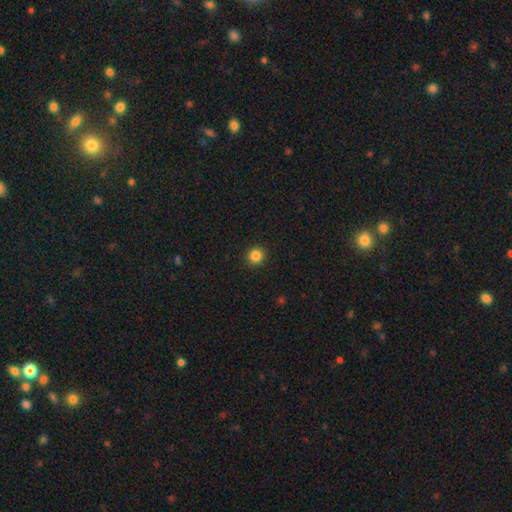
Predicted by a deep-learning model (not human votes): A smooth galaxy with no disk features (85%) that is round (94%).

Vote fractions:
- Smooth or featured? smooth: 85% / star or artifact: 12% / featured or disk: 4%
- How rounded? round: 94% / in between: 5% / cigar-shaped: 1%
- Merging? none: 93% / minor disturbance: 5% / major disturbance: 2% / merger: 1%